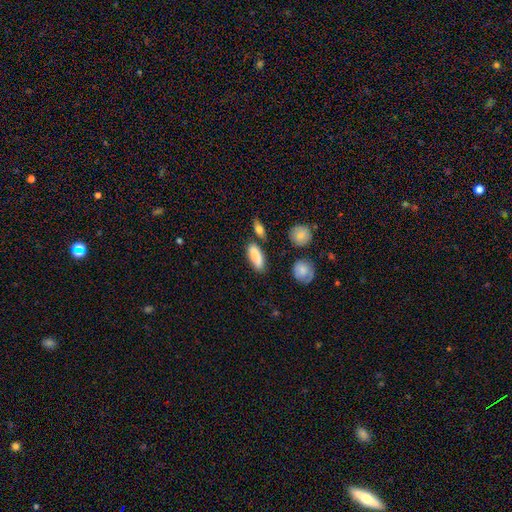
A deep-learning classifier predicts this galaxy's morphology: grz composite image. It shows a smooth galaxy with no disk features (85%) that is in between round and cigar-shaped (70%). Merging: none (72%).